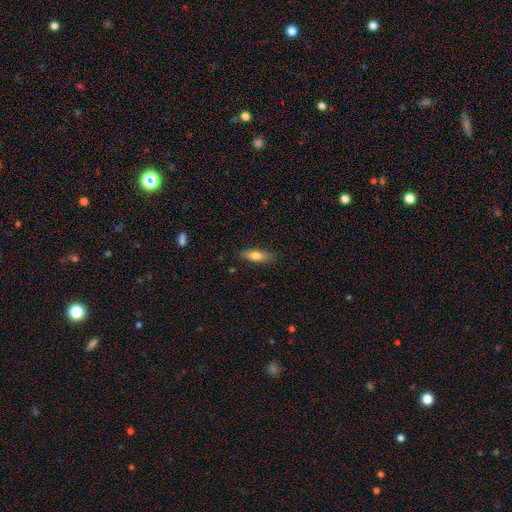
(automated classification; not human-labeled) Overall: smooth (72%). How rounded: in between (60%; cigar-shaped 37%). Merging: none (85%).